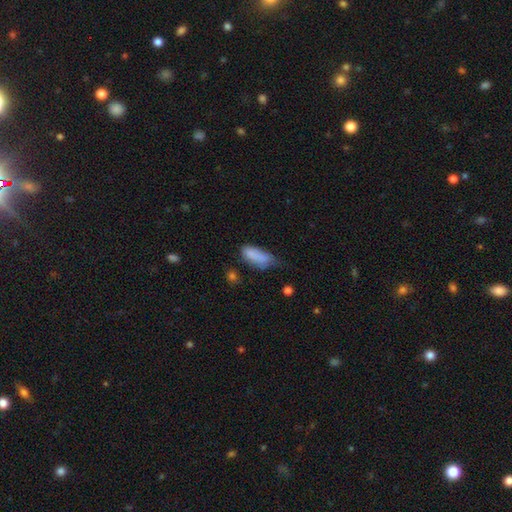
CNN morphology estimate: This appears to be a smooth galaxy with no disk features (80%) that is in between round and cigar-shaped (76%). Merging: minor disturbance (39%).